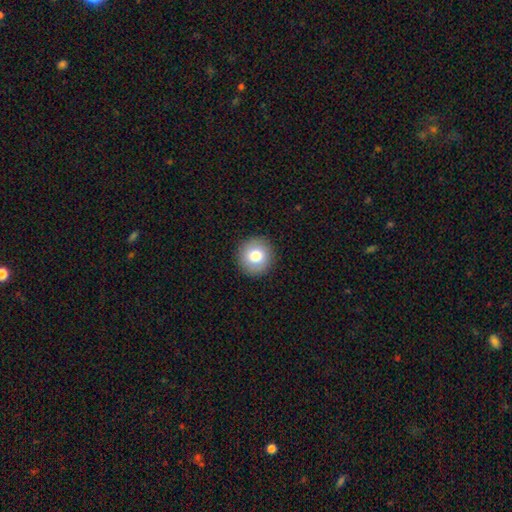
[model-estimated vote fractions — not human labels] The model was most divided on "smooth or featured": smooth: 78%, featured or disk: 13%, star or artifact: 9%. More confident: how rounded — round (93%); merging — none (92%).